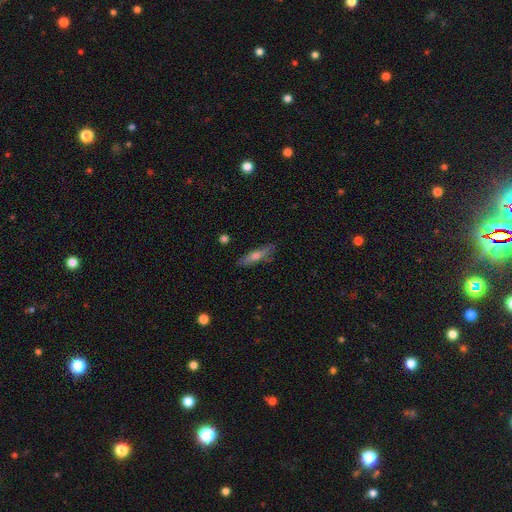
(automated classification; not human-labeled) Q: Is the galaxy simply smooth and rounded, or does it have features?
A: smooth — 54%.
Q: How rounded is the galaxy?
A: cigar-shaped — 77%.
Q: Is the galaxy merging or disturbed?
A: none — 77%.